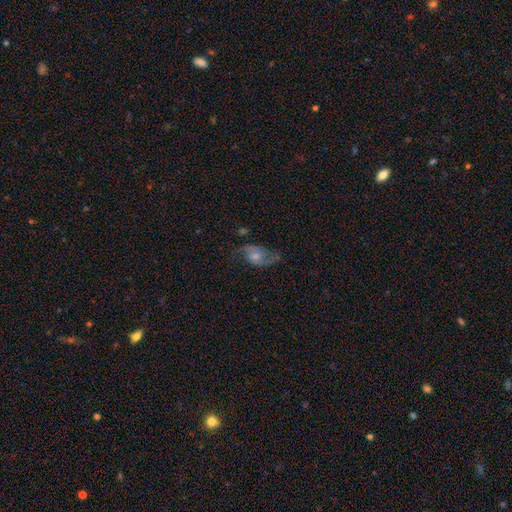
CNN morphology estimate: type=featured or disk (69%); edge-on=no (96%); bar=no (60%); spiral arms=yes (90%); winding=loose (53%); arm count=2 (88%); bulge=moderate (42%); merging=none (63%).